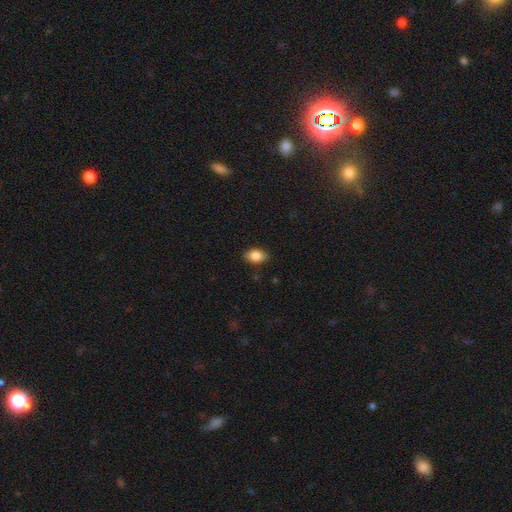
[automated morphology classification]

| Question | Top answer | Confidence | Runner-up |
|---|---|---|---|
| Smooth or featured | smooth | 83% | featured or disk (9%) |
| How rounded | in between | 86% | round (11%) |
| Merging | none | 85% | minor disturbance (12%) |